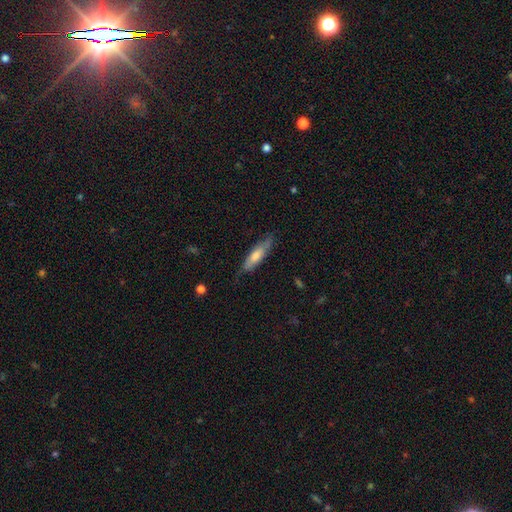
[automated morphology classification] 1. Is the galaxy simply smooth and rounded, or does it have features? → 53% smooth, 40% featured or disk, 6% star or artifact.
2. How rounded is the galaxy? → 67% cigar-shaped, 31% in between, 2% round.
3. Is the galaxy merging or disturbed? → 74% none, 20% minor disturbance, 5% major disturbance, 1% merger.